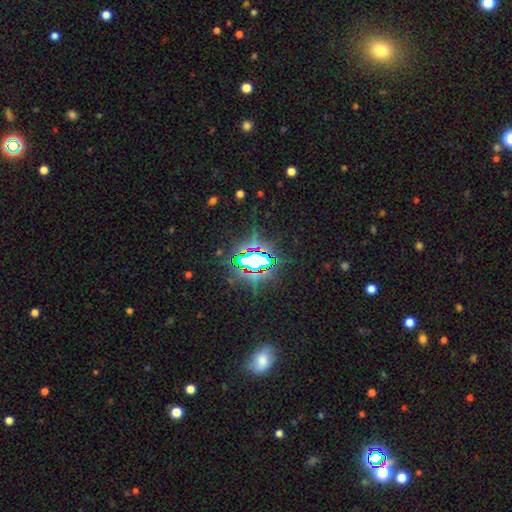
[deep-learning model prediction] star or artifact 82%, smooth 10%, featured or disk 9%.